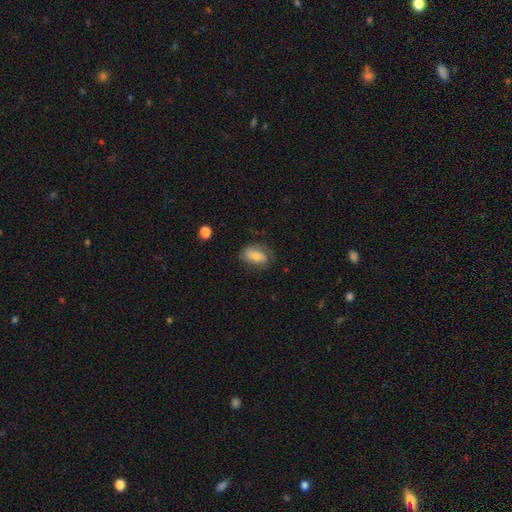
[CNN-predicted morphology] Smooth or featured?
  - smooth: 58% *
  - featured or disk: 34%
  - star or artifact: 8%
How rounded?
  - in between: 87% *
  - round: 11%
  - cigar-shaped: 2%
Merging?
  - none: 62% *
  - minor disturbance: 24%
  - major disturbance: 12%
  - merger: 2%